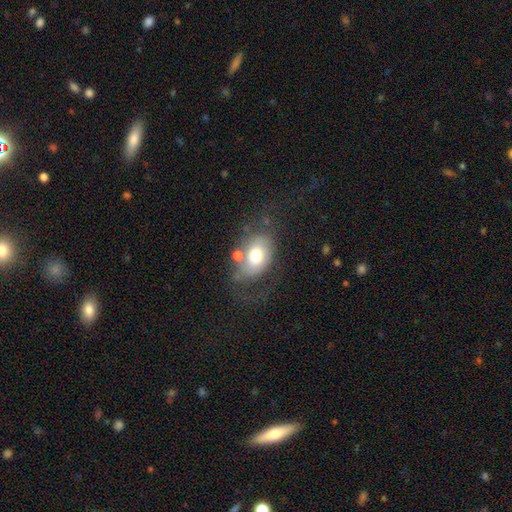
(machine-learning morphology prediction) type=smooth (62%); roundness=in between (80%); merging=none (43%).